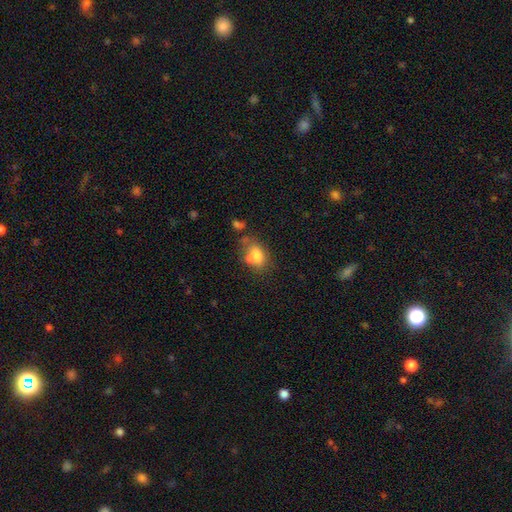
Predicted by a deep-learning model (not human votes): Q: Smooth or featured?
A: smooth (74%); runner-up: featured or disk (16%)
Q: How rounded?
A: in between (78%); runner-up: round (20%)
Q: Merging?
A: none (41%); runner-up: merger (30%)